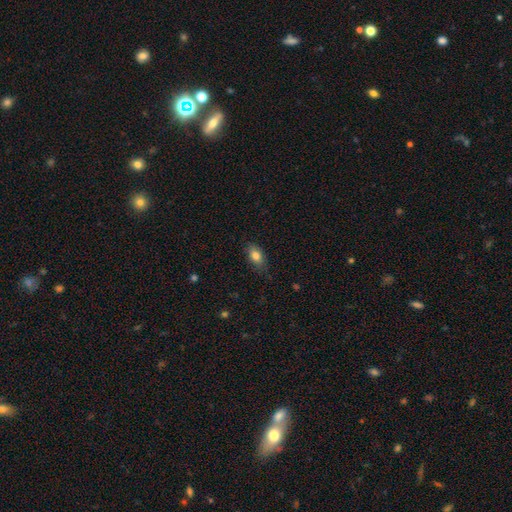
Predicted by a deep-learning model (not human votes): smooth-or-featured: smooth: 82% | featured or disk: 10% | star or artifact: 8%
  how-rounded: in between: 86% | round: 11% | cigar-shaped: 3%
  merging: none: 80% | minor disturbance: 16% | major disturbance: 3% | merger: 1%